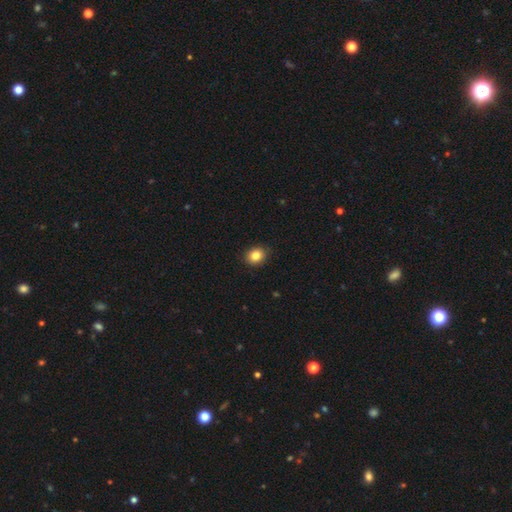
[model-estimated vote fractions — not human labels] The model was most divided on "how rounded": round: 59%, in between: 40%, cigar-shaped: 1%. More confident: merging — none (89%); smooth or featured — smooth (85%).